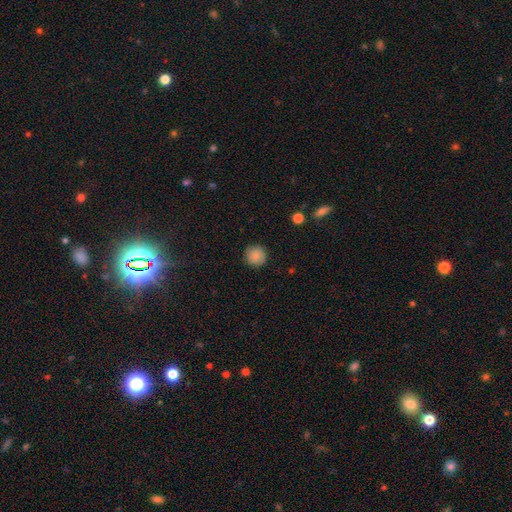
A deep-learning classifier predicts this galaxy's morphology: Smooth or featured: smooth — 87% (star or artifact — 8%)
How rounded: round — 94% (in between — 5%)
Merging: none — 89% (minor disturbance — 8%)